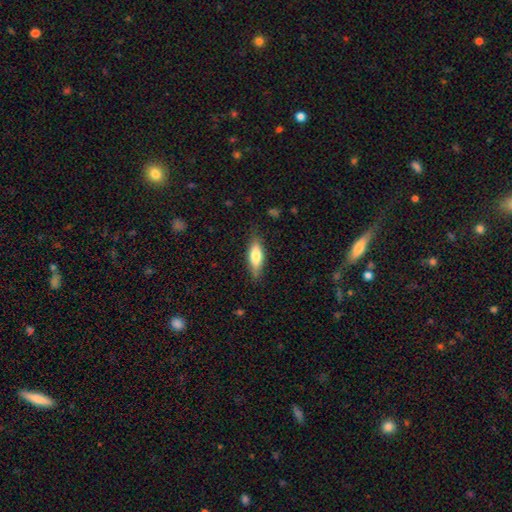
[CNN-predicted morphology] Q: Smooth or featured?
A: smooth (71%); runner-up: featured or disk (23%)
Q: How rounded?
A: in between (59%); runner-up: cigar-shaped (39%)
Q: Merging?
A: none (79%); runner-up: minor disturbance (17%)